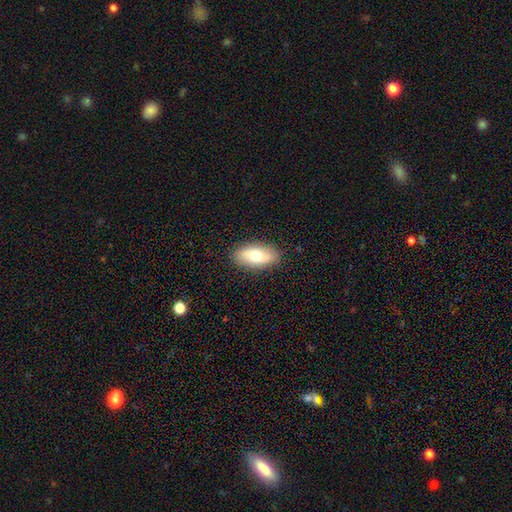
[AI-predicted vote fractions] Smooth or featured?
  - smooth: 69% *
  - featured or disk: 24%
  - star or artifact: 7%
How rounded?
  - in between: 89% *
  - cigar-shaped: 7%
  - round: 4%
Merging?
  - none: 88% *
  - minor disturbance: 9%
  - major disturbance: 2%
  - merger: 1%